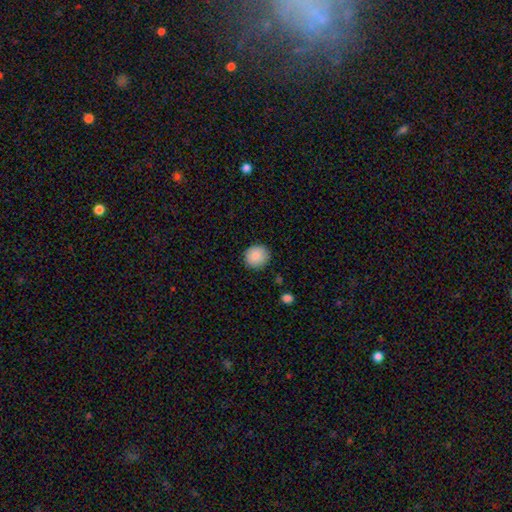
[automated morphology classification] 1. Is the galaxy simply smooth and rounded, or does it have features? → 88% smooth, 7% star or artifact, 4% featured or disk.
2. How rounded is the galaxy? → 88% round, 11% in between, 1% cigar-shaped.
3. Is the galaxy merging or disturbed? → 89% none, 8% minor disturbance, 2% major disturbance, 1% merger.